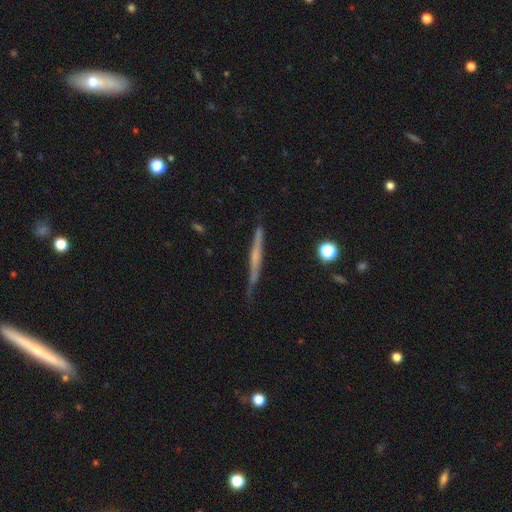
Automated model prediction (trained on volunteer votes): Smooth or featured?
  - featured or disk: 60% *
  - smooth: 34%
  - star or artifact: 7%
Edge-on disk?
  - yes: 97% *
  - no: 3%
Edge-on bulge?
  - none: 66% *
  - rounded: 25%
  - boxy: 9%
Merging?
  - none: 81% *
  - minor disturbance: 15%
  - major disturbance: 3%
  - merger: 2%